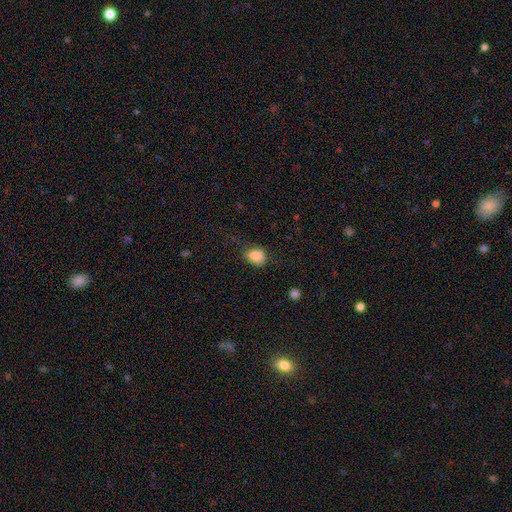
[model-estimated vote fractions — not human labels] smooth 85%, star or artifact 9%, featured or disk 6%. Down the decision tree: how rounded — in between (57%); merging — none (53%).